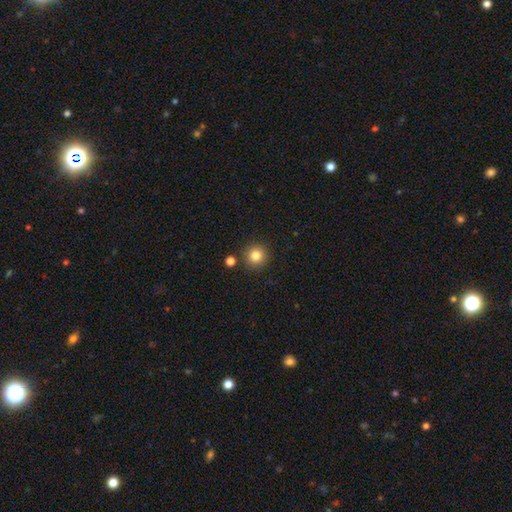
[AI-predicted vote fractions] Smooth or featured?
  - smooth: 83% *
  - star or artifact: 12%
  - featured or disk: 6%
How rounded?
  - round: 95% *
  - in between: 4%
  - cigar-shaped: 1%
Merging?
  - none: 88% *
  - minor disturbance: 6%
  - merger: 4%
  - major disturbance: 2%